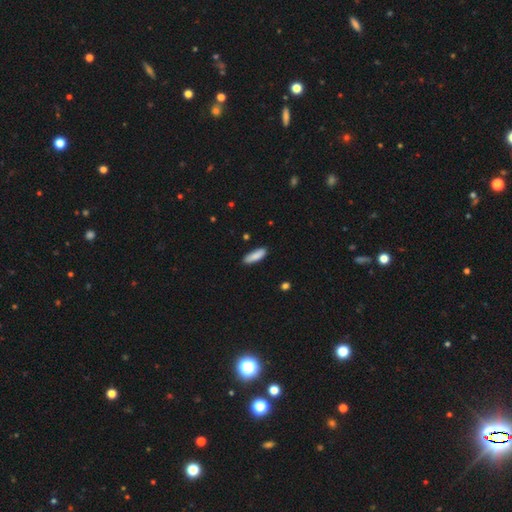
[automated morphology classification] Smooth or featured? smooth (88%)
How rounded? cigar-shaped (52%)
Merging? none (85%)